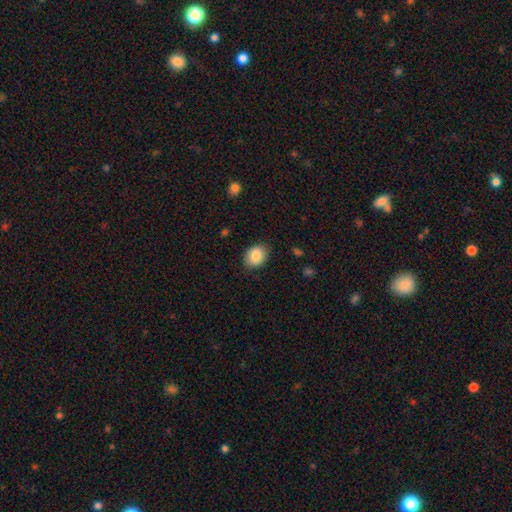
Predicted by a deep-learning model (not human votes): Q: Smooth or featured?
A: smooth (86%); runner-up: star or artifact (7%)
Q: How rounded?
A: in between (66%); runner-up: round (33%)
Q: Merging?
A: none (86%); runner-up: minor disturbance (11%)